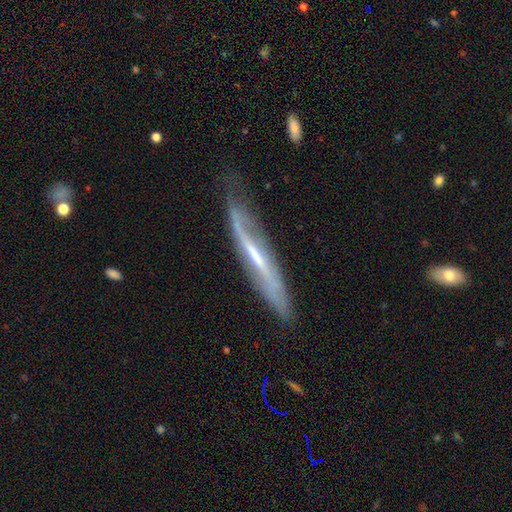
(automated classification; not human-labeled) Smooth or featured: featured or disk — 75% (smooth — 18%)
Edge-on disk: yes — 66% (no — 34%)
Merging: none — 67% (minor disturbance — 23%)